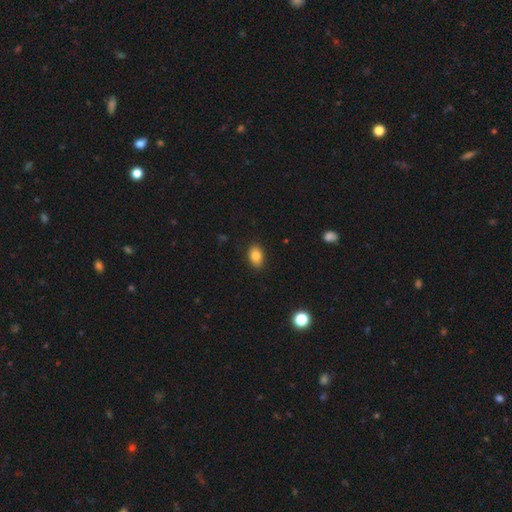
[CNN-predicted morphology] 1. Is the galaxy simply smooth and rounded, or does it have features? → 84% smooth, 9% star or artifact, 6% featured or disk.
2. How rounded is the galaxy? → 83% in between, 16% round, 1% cigar-shaped.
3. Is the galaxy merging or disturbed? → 87% none, 10% minor disturbance, 2% major disturbance, 1% merger.